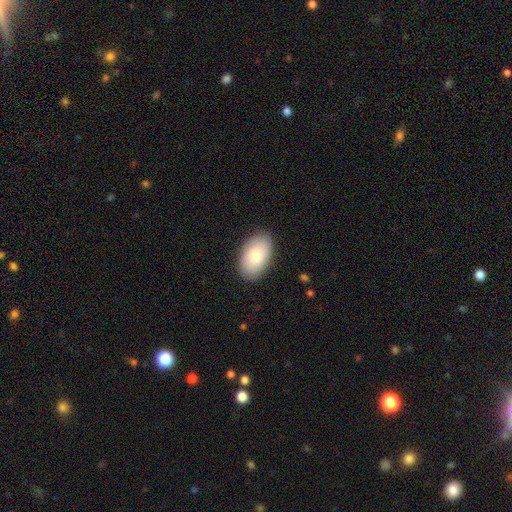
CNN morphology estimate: Smooth or featured: smooth — 80% (featured or disk — 14%)
How rounded: in between — 93% (round — 6%)
Merging: none — 87% (minor disturbance — 10%)